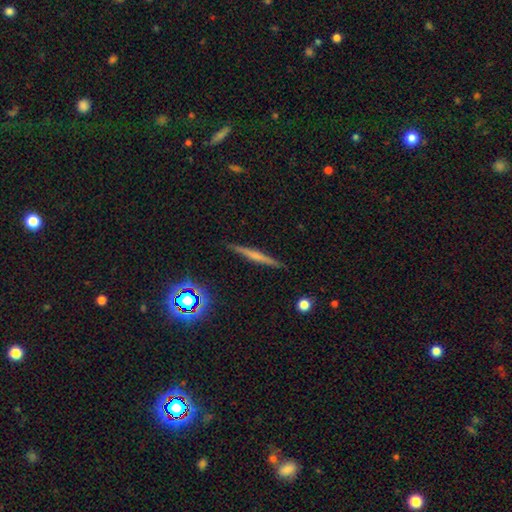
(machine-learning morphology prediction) Smooth or featured: featured or disk — 50% (smooth — 40%)
Edge-on disk: yes — 97% (no — 3%)
Merging: none — 91% (minor disturbance — 7%)